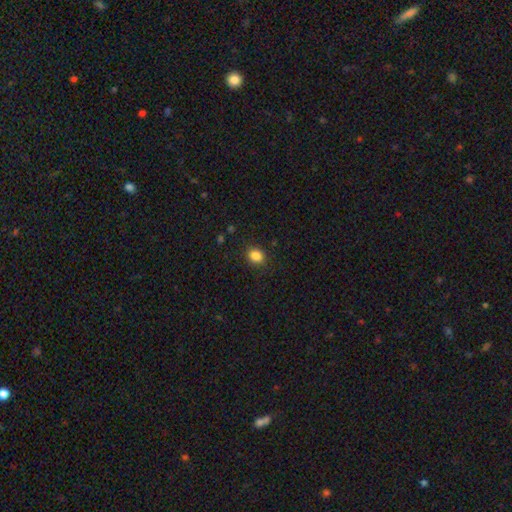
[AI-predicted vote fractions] Q: Smooth or featured?
A: smooth (86%); runner-up: star or artifact (11%)
Q: How rounded?
A: round (55%); runner-up: in between (44%)
Q: Merging?
A: none (87%); runner-up: minor disturbance (9%)